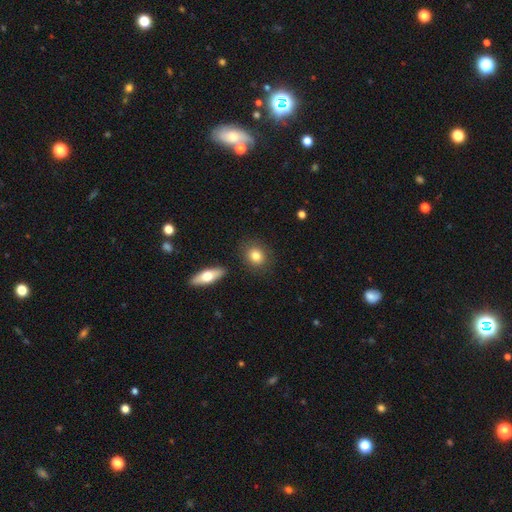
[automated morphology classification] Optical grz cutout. It shows a smooth galaxy with no disk features (80%) that is round (62%). Merging: none (85%).